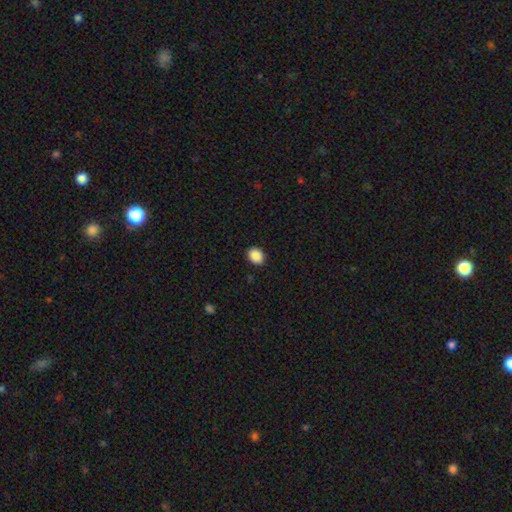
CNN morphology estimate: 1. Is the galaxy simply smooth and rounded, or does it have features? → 89% smooth, 8% star or artifact, 3% featured or disk.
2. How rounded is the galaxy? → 60% in between, 39% round, 1% cigar-shaped.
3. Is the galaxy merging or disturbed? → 90% none, 7% minor disturbance, 2% major disturbance, 1% merger.